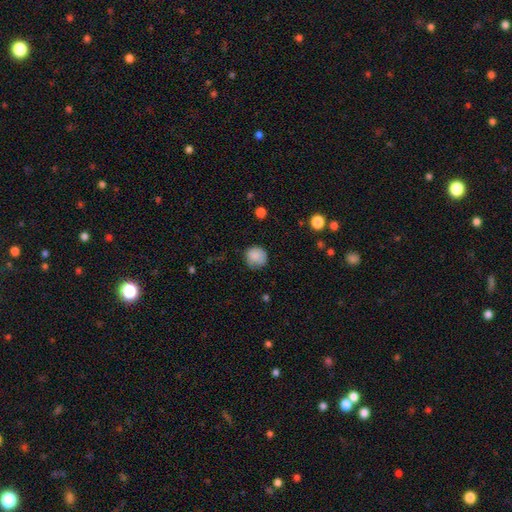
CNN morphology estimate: smooth 85%, star or artifact 8%, featured or disk 6%. Down the decision tree: how rounded — round (89%); merging — none (73%).